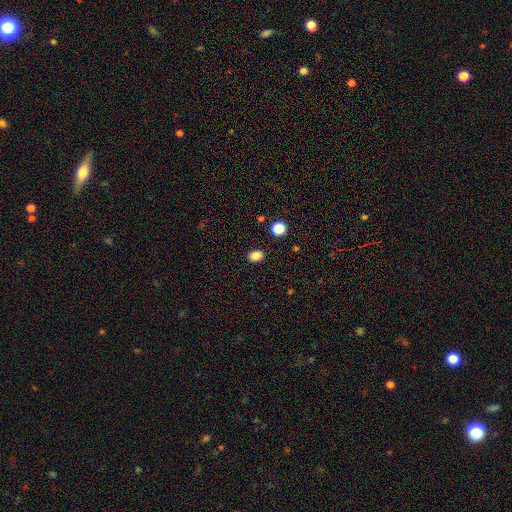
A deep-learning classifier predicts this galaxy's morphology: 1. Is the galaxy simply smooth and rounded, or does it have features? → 85% smooth, 11% star or artifact, 4% featured or disk.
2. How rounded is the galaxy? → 64% in between, 35% round, 1% cigar-shaped.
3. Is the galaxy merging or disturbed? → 89% none, 8% minor disturbance, 2% major disturbance, 1% merger.